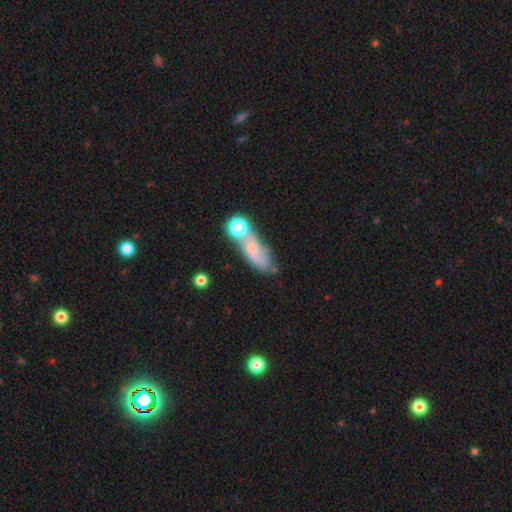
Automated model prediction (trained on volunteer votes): smooth 62%, featured or disk 26%, star or artifact 12%. Down the decision tree: how rounded — in between (58%); merging — none (37%).